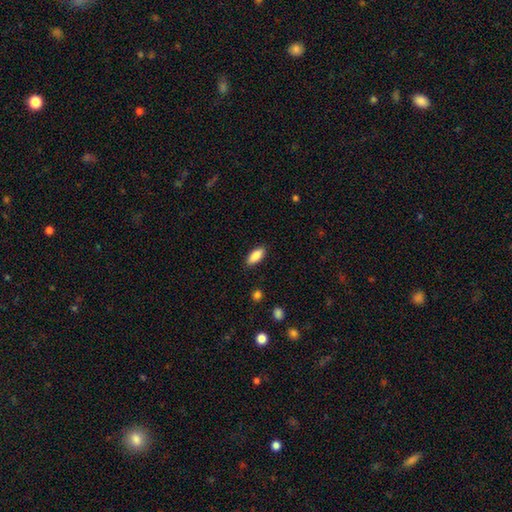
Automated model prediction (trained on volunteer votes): smooth-or-featured: smooth: 87% | featured or disk: 7% | star or artifact: 6%
  how-rounded: in between: 82% | cigar-shaped: 16% | round: 2%
  merging: none: 88% | minor disturbance: 9% | major disturbance: 2% | merger: 1%